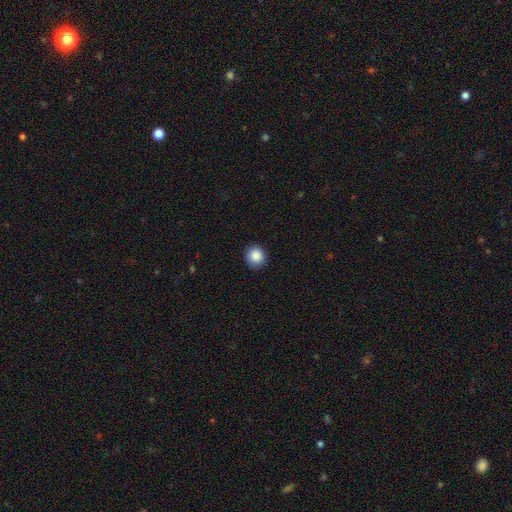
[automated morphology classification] smooth 88%, star or artifact 9%, featured or disk 3%. Down the decision tree: how rounded — round (91%); merging — none (90%).